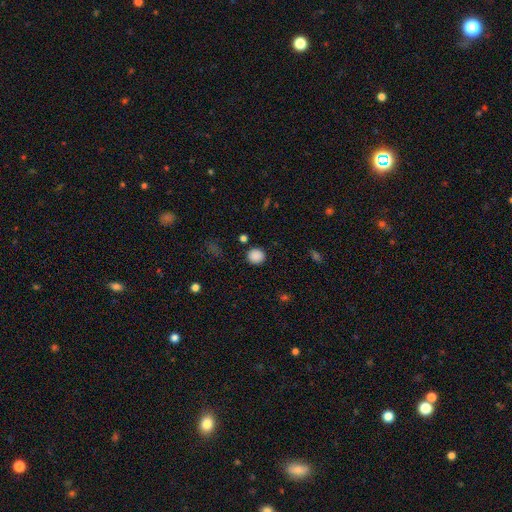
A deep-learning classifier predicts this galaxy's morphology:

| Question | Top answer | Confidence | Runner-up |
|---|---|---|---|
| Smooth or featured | smooth | 87% | star or artifact (10%) |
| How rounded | round | 89% | in between (10%) |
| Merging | none | 88% | minor disturbance (7%) |